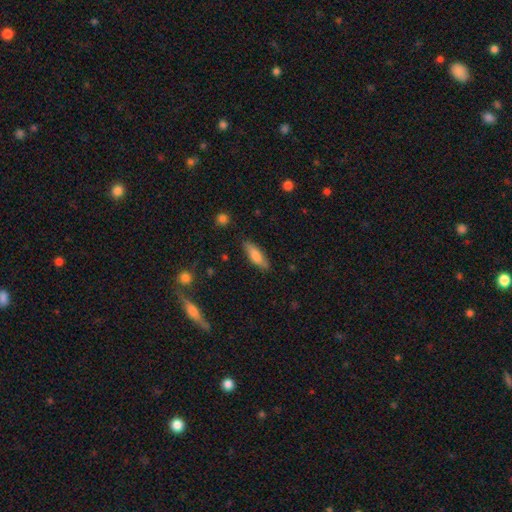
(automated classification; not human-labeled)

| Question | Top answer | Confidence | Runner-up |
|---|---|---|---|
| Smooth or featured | smooth | 75% | featured or disk (19%) |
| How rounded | in between | 52% | cigar-shaped (46%) |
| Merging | none | 82% | minor disturbance (13%) |